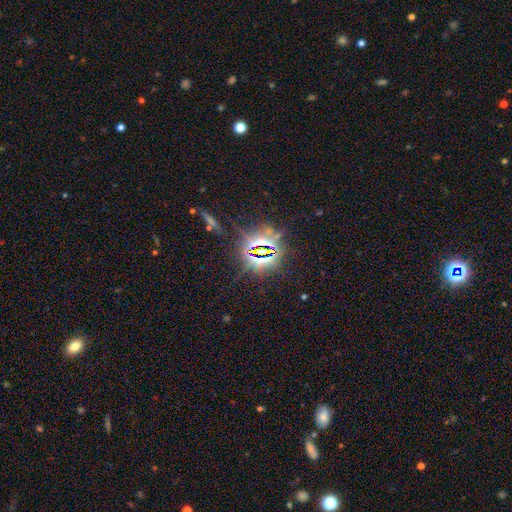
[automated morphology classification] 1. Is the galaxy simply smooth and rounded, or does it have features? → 82% star or artifact, 10% smooth, 8% featured or disk.